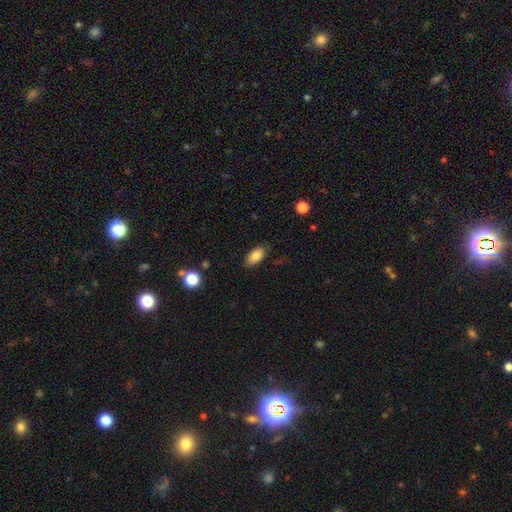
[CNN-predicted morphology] Smooth or featured? smooth (83%)
How rounded? in between (92%)
Merging? none (83%)